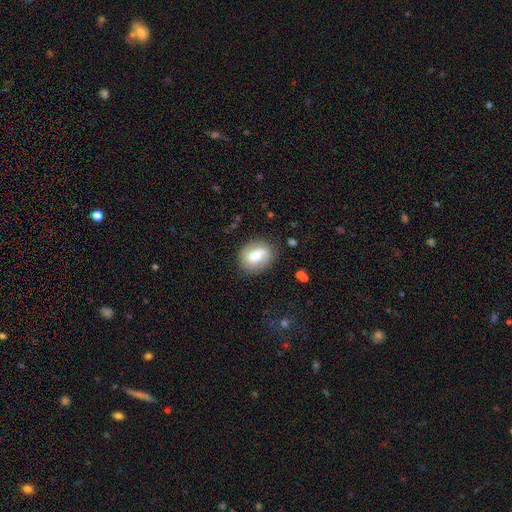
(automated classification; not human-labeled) featured or disk 47%, smooth 45%, star or artifact 8%. Down the decision tree: merging — none (78%).